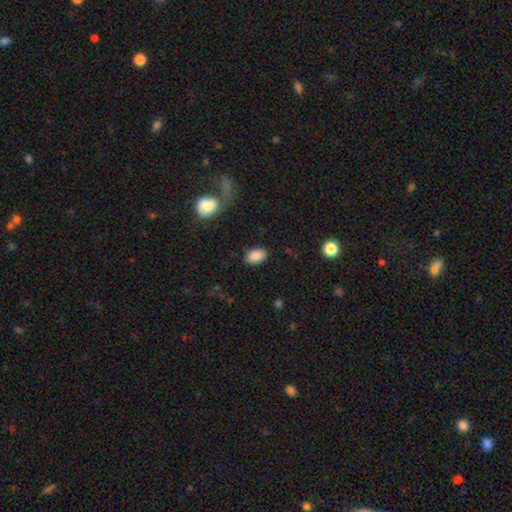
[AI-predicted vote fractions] Smooth or featured? smooth (88%)
How rounded? in between (90%)
Merging? none (85%)